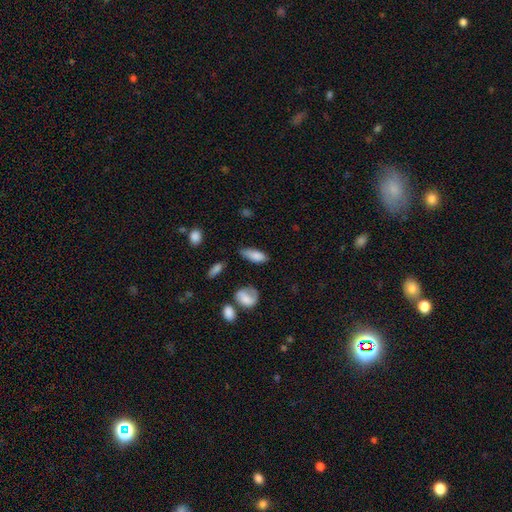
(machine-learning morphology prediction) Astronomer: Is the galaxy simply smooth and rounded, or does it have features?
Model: smooth — 81%.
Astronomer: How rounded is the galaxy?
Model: in between — 76%.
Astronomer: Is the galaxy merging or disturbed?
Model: none — 55% (runner-up: minor disturbance, 30%).